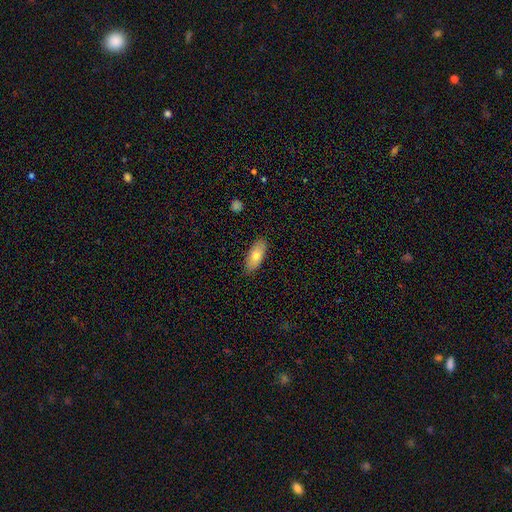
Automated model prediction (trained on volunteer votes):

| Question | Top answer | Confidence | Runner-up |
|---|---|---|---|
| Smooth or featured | smooth | 73% | featured or disk (21%) |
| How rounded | in between | 86% | cigar-shaped (11%) |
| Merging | none | 87% | minor disturbance (10%) |